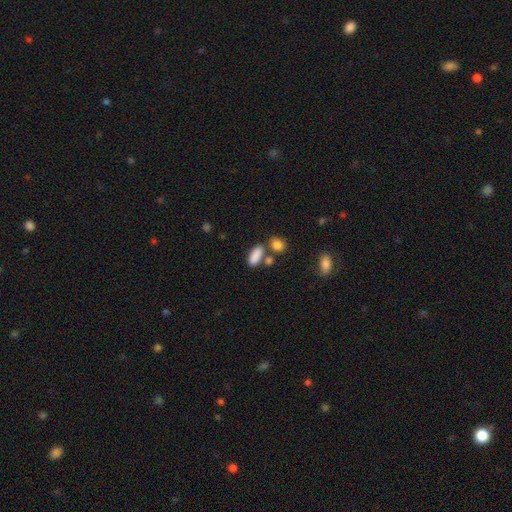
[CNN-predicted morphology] Smooth or featured? Predicted: smooth (p=0.86). How rounded? Predicted: in between (p=0.83). Merging? Predicted: none (p=0.59).